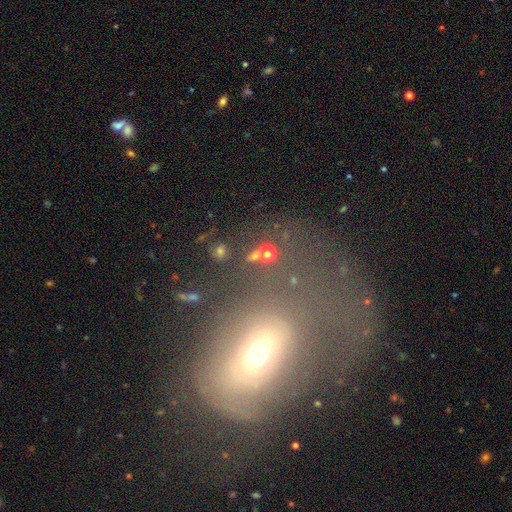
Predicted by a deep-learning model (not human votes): Morphology: type=smooth (54%); roundness=round (66%); merging=none (72%).